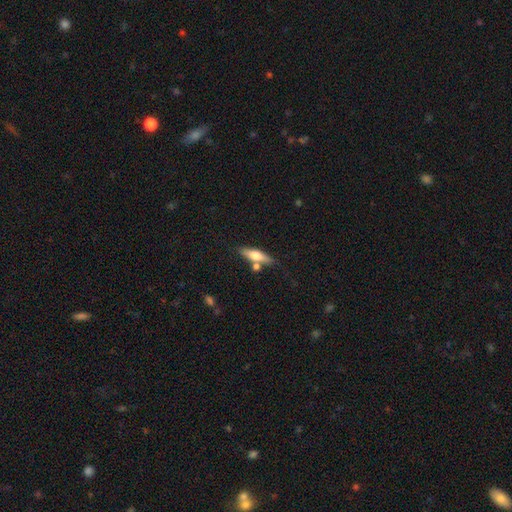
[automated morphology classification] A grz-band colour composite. It shows a smooth galaxy with no disk features (54%) that is cigar-shaped (67%). Merging: none (71%).